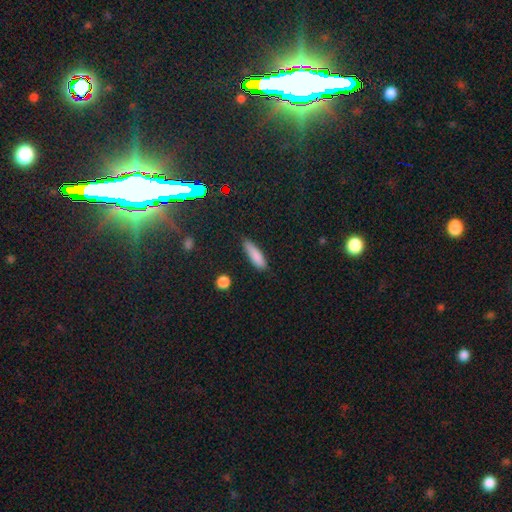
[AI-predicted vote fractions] smooth-or-featured: smooth: 84% | star or artifact: 8% | featured or disk: 8%
  how-rounded: cigar-shaped: 67% | in between: 30% | round: 2%
  merging: none: 75% | minor disturbance: 19% | major disturbance: 4% | merger: 2%